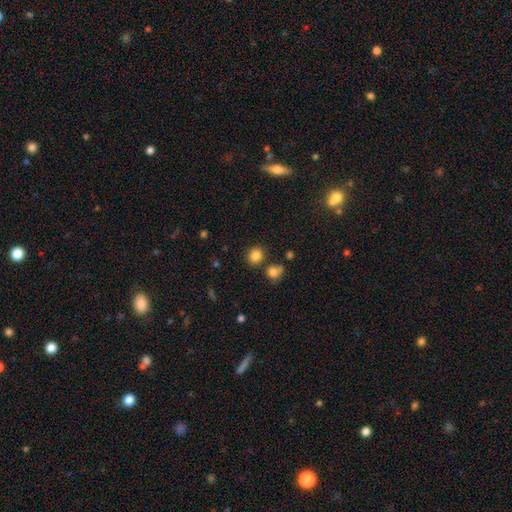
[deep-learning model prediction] This is clearly a smooth galaxy (84%). How rounded: likely round (79%). Merging: likely none (78%).